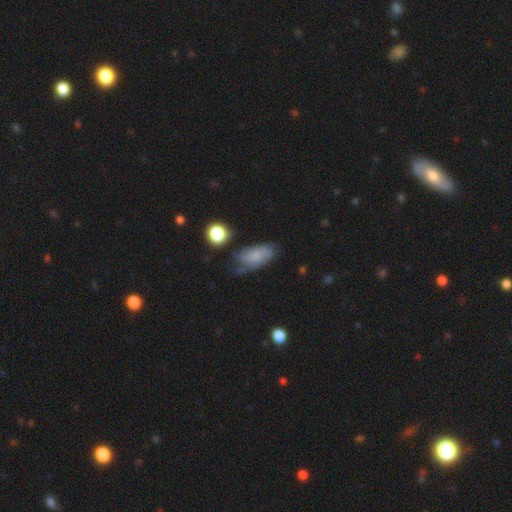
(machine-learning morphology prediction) This appears to be a smooth galaxy with no disk features (55%) that is in between round and cigar-shaped (87%). Merging: none (50%).